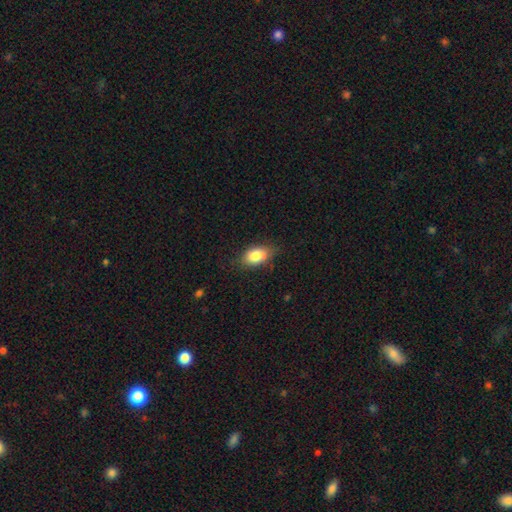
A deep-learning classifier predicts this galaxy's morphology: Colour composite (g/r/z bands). It shows a smooth galaxy with no disk features (83%) that is in between round and cigar-shaped (88%). Merging: none (73%).